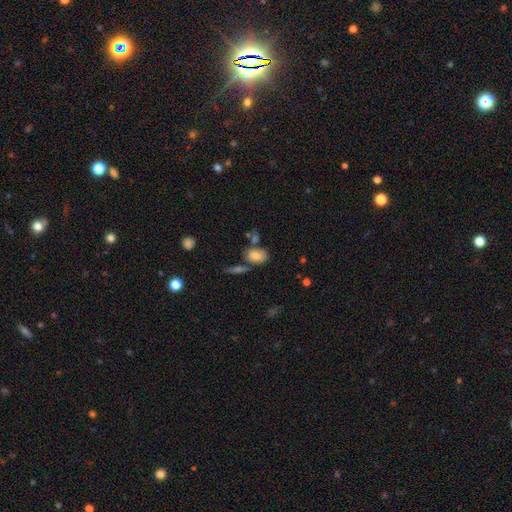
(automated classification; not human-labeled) smooth_or_featured: smooth (p=0.76) [alt: featured or disk p=0.15]
how_rounded: in between (p=0.76) [alt: round p=0.22]
merging: none (p=0.59) [alt: merger p=0.19]